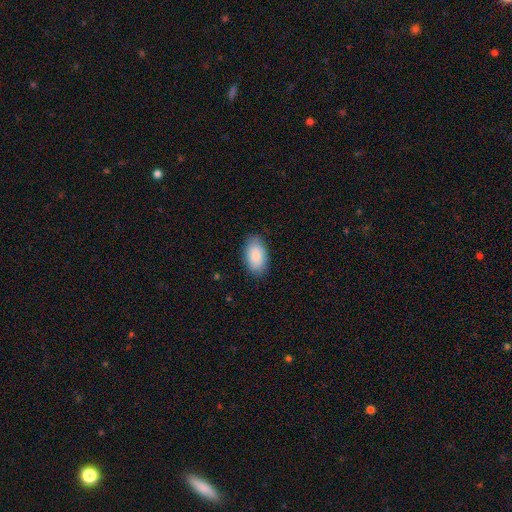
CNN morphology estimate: Smooth or featured? smooth (89%)
How rounded? in between (95%)
Merging? none (86%)